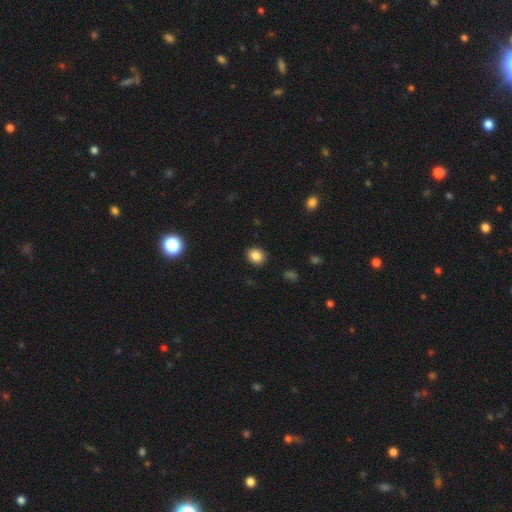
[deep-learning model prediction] This appears to be a smooth galaxy with no disk features (85%) that is round (62%). Merging: none (90%).